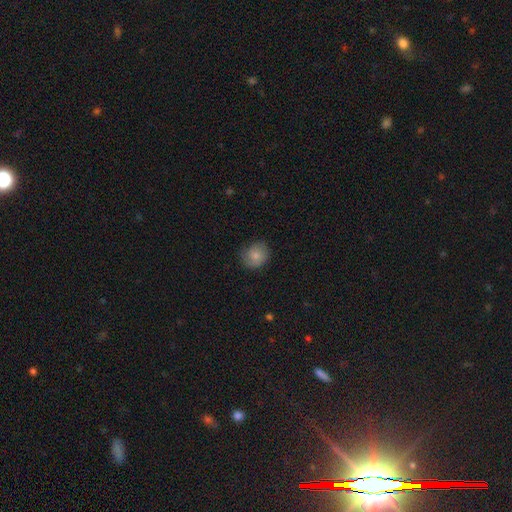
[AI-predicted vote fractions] A smooth galaxy with no disk features (73%) that is round (76%). Merging: none (73%).